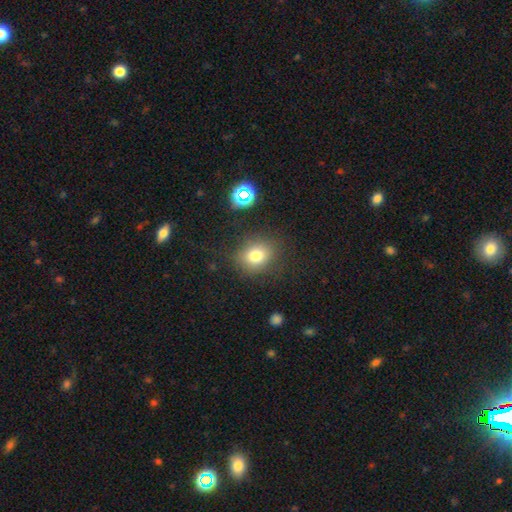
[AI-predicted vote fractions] Morphology: type=smooth (76%); roundness=round (64%); merging=none (81%).